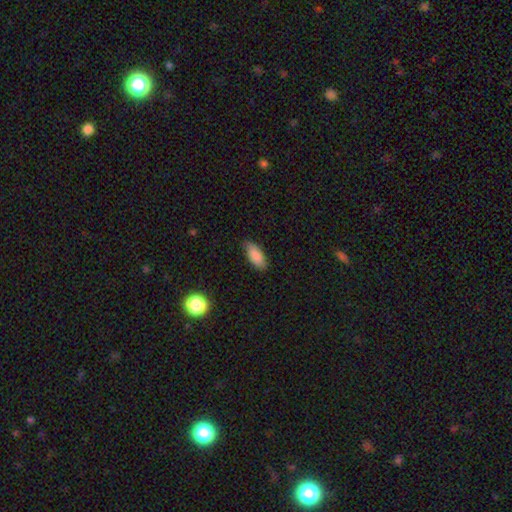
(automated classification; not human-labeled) A smooth galaxy with no disk features (87%) that is in between round and cigar-shaped (87%).

Vote fractions:
- Smooth or featured? smooth: 87% / star or artifact: 7% / featured or disk: 6%
- How rounded? in between: 87% / cigar-shaped: 11% / round: 2%
- Merging? none: 81% / minor disturbance: 15% / major disturbance: 3% / merger: 1%